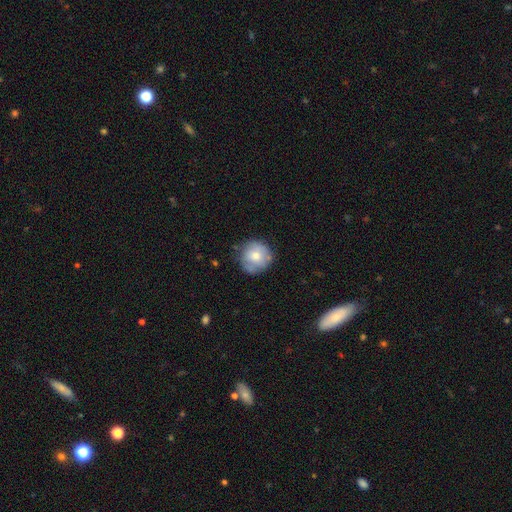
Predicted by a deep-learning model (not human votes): A smooth galaxy with no disk features (67%) that is round (92%).

Vote fractions:
- Smooth or featured? smooth: 67% / featured or disk: 25% / star or artifact: 8%
- How rounded? round: 92% / in between: 7% / cigar-shaped: 1%
- Merging? none: 71% / minor disturbance: 20% / major disturbance: 5% / merger: 4%